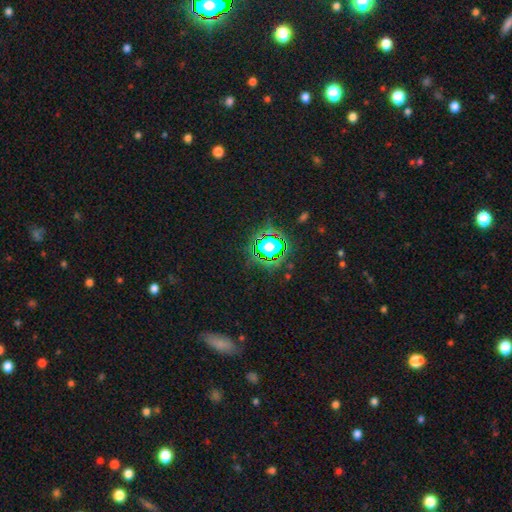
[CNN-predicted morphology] smooth-or-featured: star or artifact: 78% | smooth: 14% | featured or disk: 8%